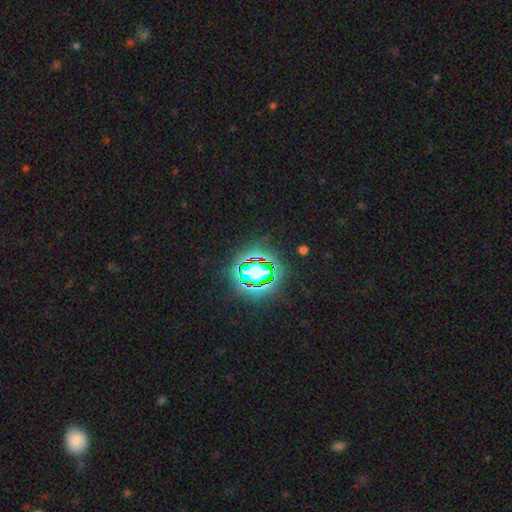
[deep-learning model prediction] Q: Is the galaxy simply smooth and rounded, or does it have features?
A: star or artifact — 81%.